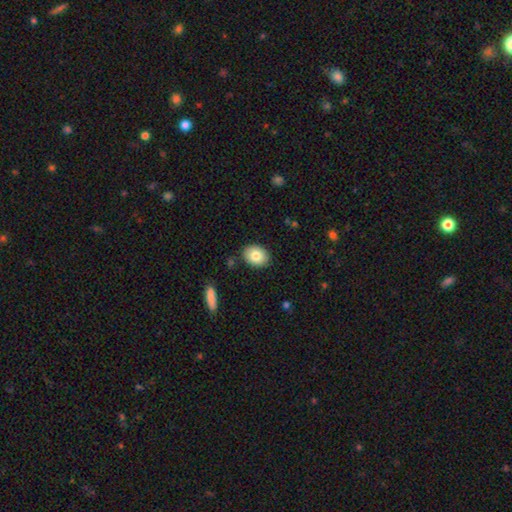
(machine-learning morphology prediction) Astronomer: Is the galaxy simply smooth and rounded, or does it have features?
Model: smooth — 82%.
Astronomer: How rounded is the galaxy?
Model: in between — 68%.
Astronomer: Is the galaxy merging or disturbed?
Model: none — 86%.